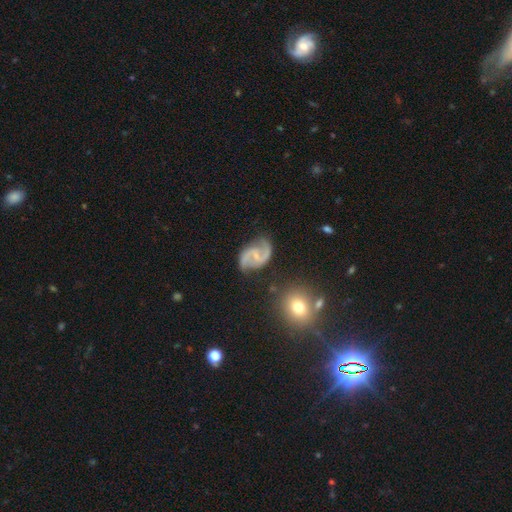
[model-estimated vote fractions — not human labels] This is clearly a featured or disk galaxy (89%). It is clearly not viewed edge-on (98%). Bar: possibly weak (49%). Spiral arm pattern: clearly yes (97%). Spiral arm count: clearly 2 (93%). Spiral winding: possibly medium (53%). Central bulge: likely small (60%). Merging: likely none (74%).